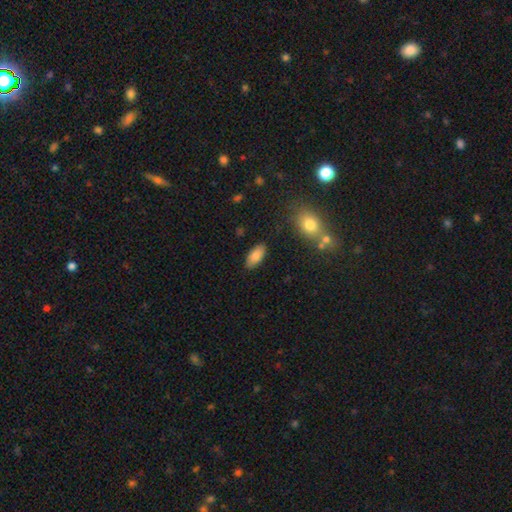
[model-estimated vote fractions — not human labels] Smooth or featured? smooth (83%)
How rounded? in between (89%)
Merging? none (86%)